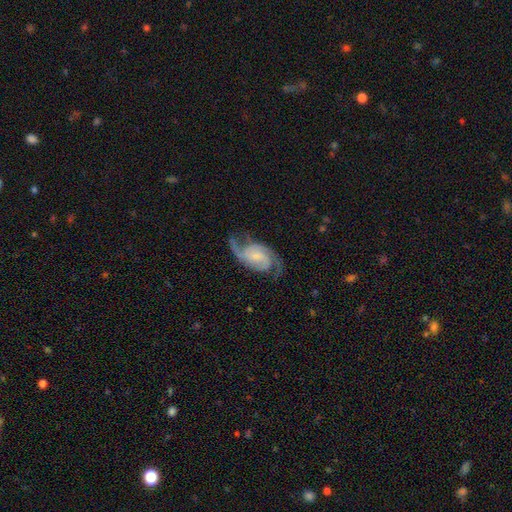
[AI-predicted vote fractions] Morphology: type=featured or disk (88%); edge-on=no (97%); bar=no (48%); spiral arms=yes (98%); winding=medium (50%); arm count=2 (88%); bulge=small (45%); merging=none (70%).